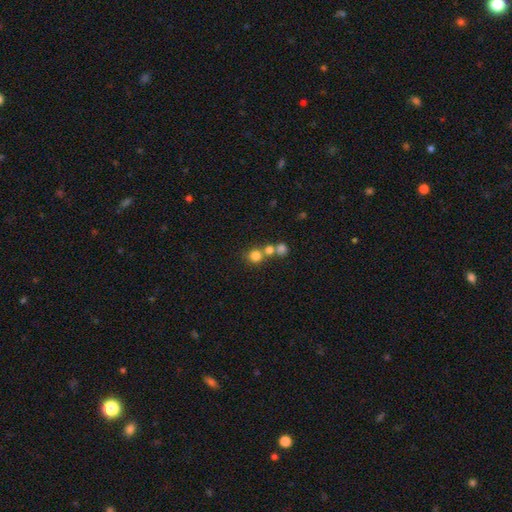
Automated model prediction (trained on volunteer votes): Smooth or featured? smooth (77%)
How rounded? round (89%)
Merging? none (54%)